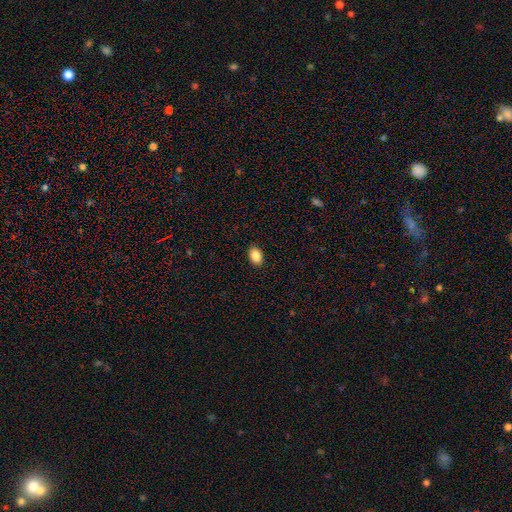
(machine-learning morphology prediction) A smooth galaxy with no disk features (89%) that is in between round and cigar-shaped (85%).

Vote fractions:
- Smooth or featured? smooth: 89% / star or artifact: 8% / featured or disk: 3%
- How rounded? in between: 85% / round: 14% / cigar-shaped: 1%
- Merging? none: 90% / minor disturbance: 7% / major disturbance: 2% / merger: 1%